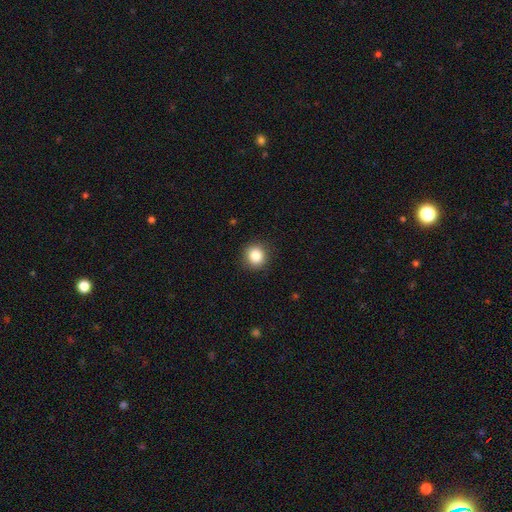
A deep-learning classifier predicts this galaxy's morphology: Q: Smooth or featured?
A: smooth (84%); runner-up: star or artifact (10%)
Q: How rounded?
A: round (91%); runner-up: in between (8%)
Q: Merging?
A: none (91%); runner-up: minor disturbance (6%)